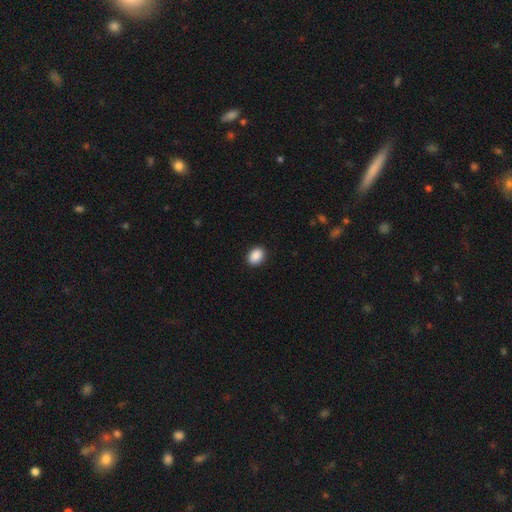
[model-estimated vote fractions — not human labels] This appears to be a smooth galaxy with no disk features (90%) that is in between round and cigar-shaped (68%). Merging: none (90%).